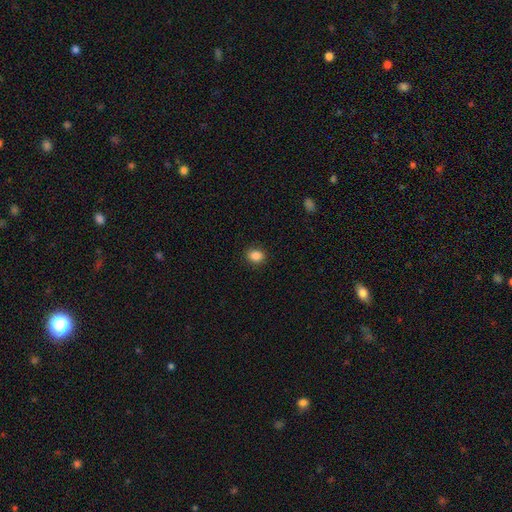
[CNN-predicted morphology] Overall: smooth (87%). How rounded: round (52%; in between 47%). Merging: none (90%).